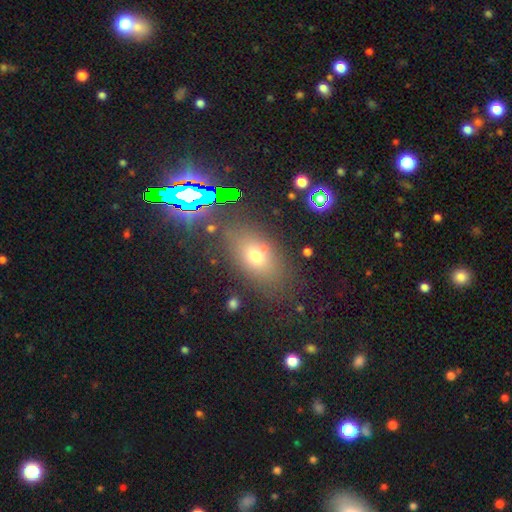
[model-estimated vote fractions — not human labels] smooth_or_featured: smooth (p=0.65) [alt: star or artifact p=0.20]
how_rounded: in between (p=0.74) [alt: round p=0.21]
merging: none (p=0.73) [alt: minor disturbance p=0.13]